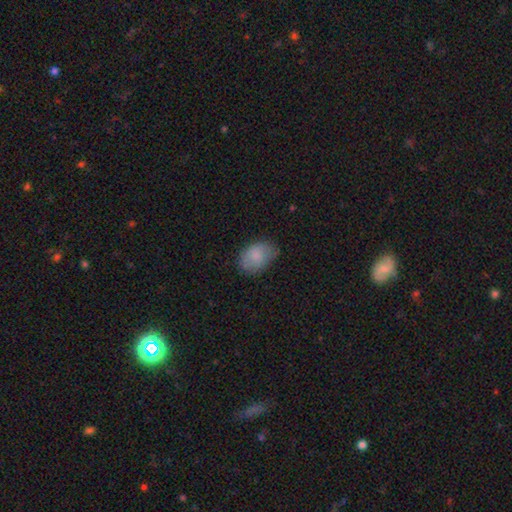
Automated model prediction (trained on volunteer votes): smooth_or_featured: smooth (p=0.82) [alt: featured or disk p=0.11]
how_rounded: in between (p=0.84) [alt: round p=0.14]
merging: none (p=0.65) [alt: minor disturbance p=0.28]